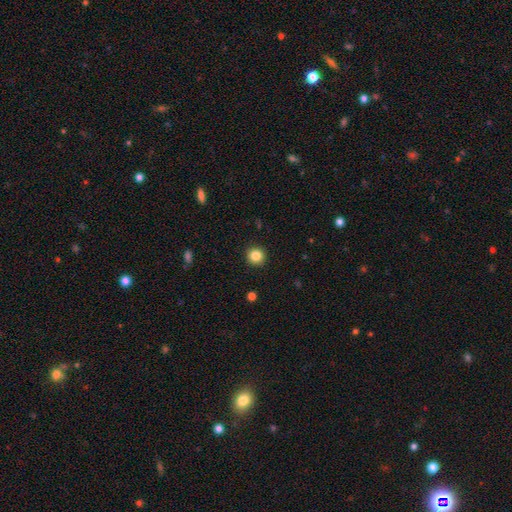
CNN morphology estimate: A smooth galaxy with no disk features (85%) that is round (94%).

Vote fractions:
- Smooth or featured? smooth: 85% / star or artifact: 11% / featured or disk: 5%
- How rounded? round: 94% / in between: 6% / cigar-shaped: 1%
- Merging? none: 92% / minor disturbance: 5% / major disturbance: 2% / merger: 1%